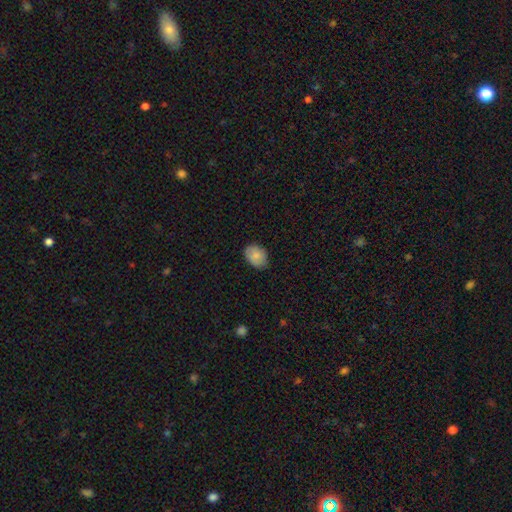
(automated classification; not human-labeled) This is clearly a smooth galaxy (81%). How rounded: likely in between (73%). Merging: likely none (78%).